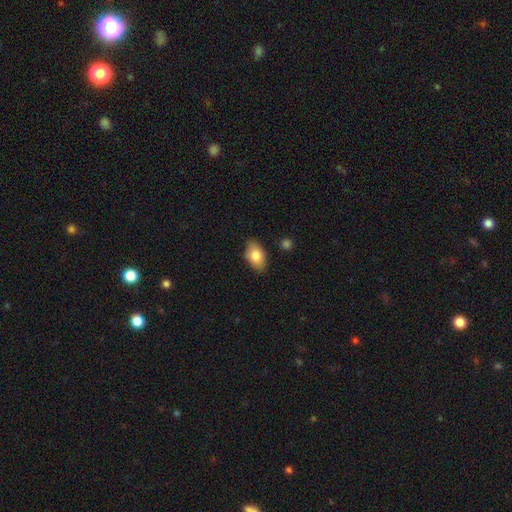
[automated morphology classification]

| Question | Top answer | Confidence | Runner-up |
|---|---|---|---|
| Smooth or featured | smooth | 82% | featured or disk (11%) |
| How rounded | in between | 91% | round (8%) |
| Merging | none | 83% | minor disturbance (12%) |